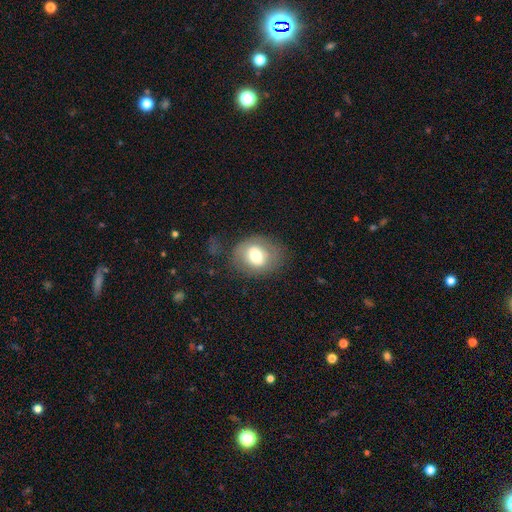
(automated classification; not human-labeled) This is likely a smooth galaxy (63%). How rounded: possibly round (54%). Merging: likely none (68%).